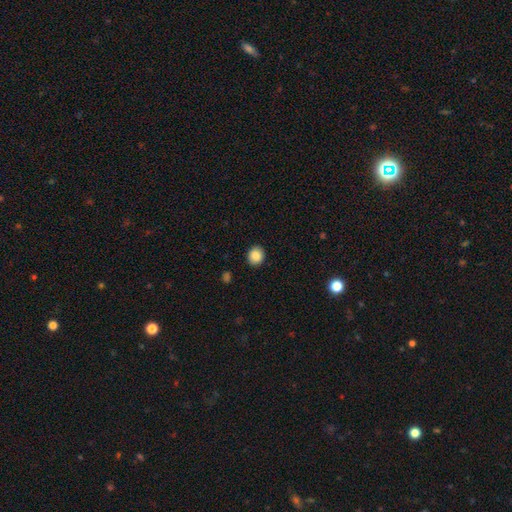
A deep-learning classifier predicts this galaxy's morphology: type=smooth (86%); roundness=round (78%); merging=none (91%).